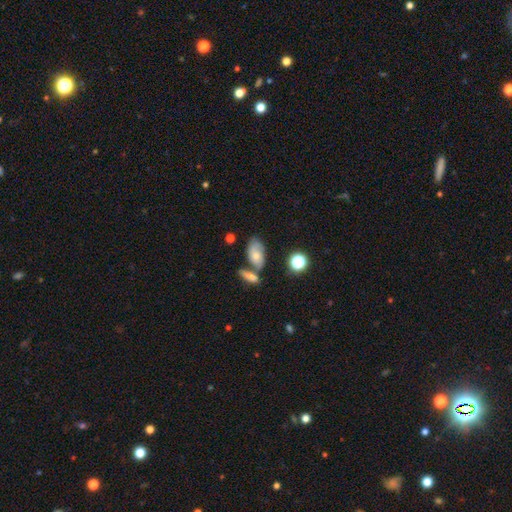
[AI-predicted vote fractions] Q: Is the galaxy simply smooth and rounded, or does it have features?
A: smooth — 56%.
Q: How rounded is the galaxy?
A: in between — 84%.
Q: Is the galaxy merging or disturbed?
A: none — 53%.